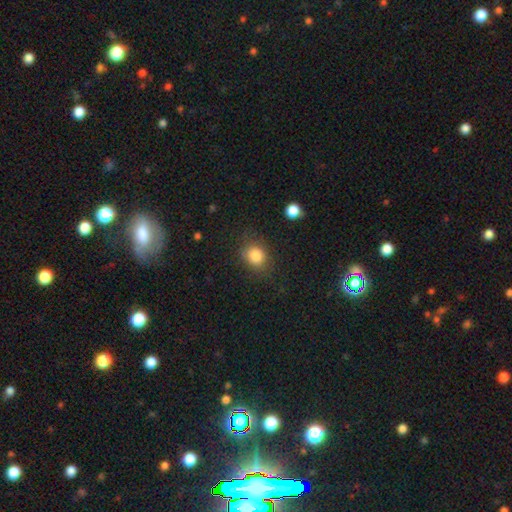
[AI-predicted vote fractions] This is clearly a smooth galaxy (83%). How rounded: possibly round (59%). Merging: likely none (77%).